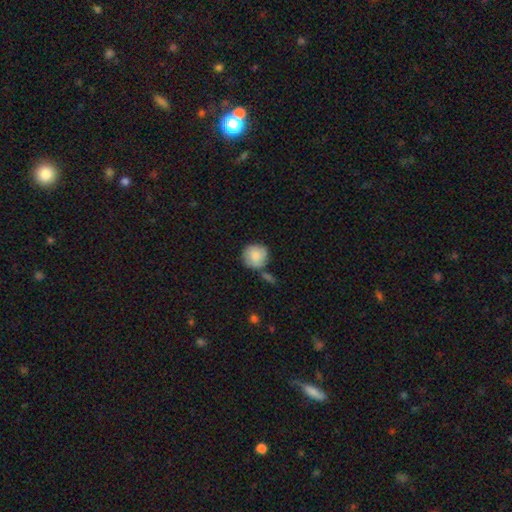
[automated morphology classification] The model was most divided on "merging": none: 61%, minor disturbance: 20%, merger: 13%, major disturbance: 6%. More confident: how rounded — round (90%); smooth or featured — smooth (81%).